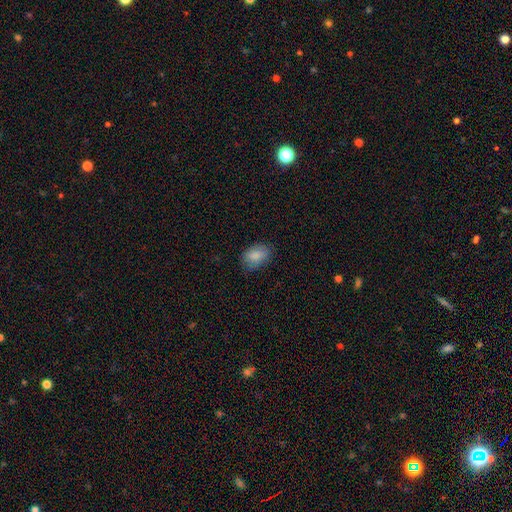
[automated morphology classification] smooth_or_featured: smooth (p=0.86) [alt: star or artifact p=0.07]
how_rounded: in between (p=0.87) [alt: round p=0.12]
merging: none (p=0.77) [alt: minor disturbance p=0.18]